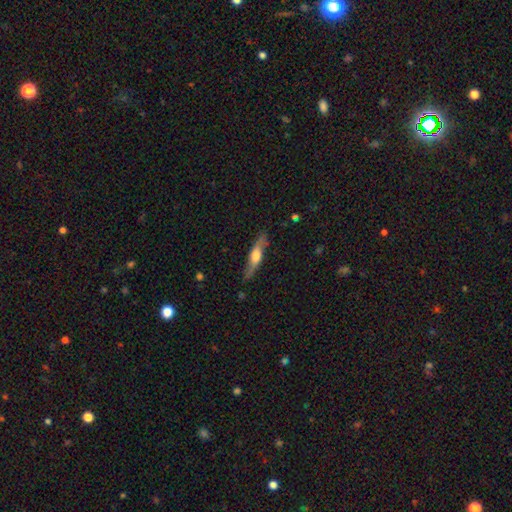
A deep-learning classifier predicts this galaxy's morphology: Smooth or featured: featured or disk — 57% (smooth — 38%)
Edge-on disk: yes — 83% (no — 17%)
Merging: none — 81% (minor disturbance — 15%)